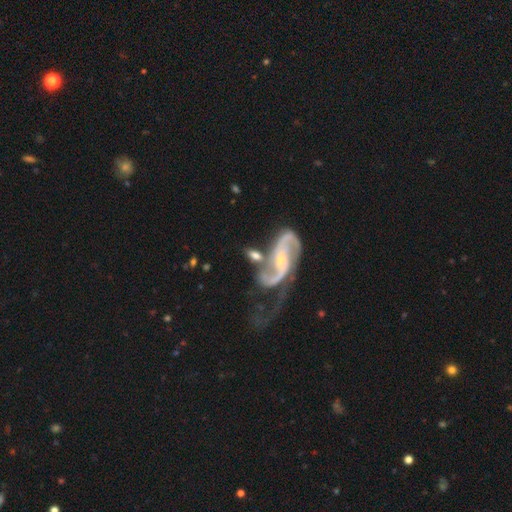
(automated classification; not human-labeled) Q: Smooth or featured?
A: featured or disk (74%); runner-up: smooth (20%)
Q: Edge-on disk?
A: no (94%); runner-up: yes (6%)
Q: Bar?
A: no (45%); runner-up: weak (38%)
Q: Spiral arms?
A: yes (91%); runner-up: no (9%)
Q: Spiral winding?
A: loose (64%); runner-up: medium (28%)
Q: Spiral arm count?
A: 2 (91%); runner-up: can't tell (3%)
Q: Bulge size?
A: small (62%); runner-up: moderate (29%)
Q: Merging?
A: none (36%); runner-up: merger (34%)